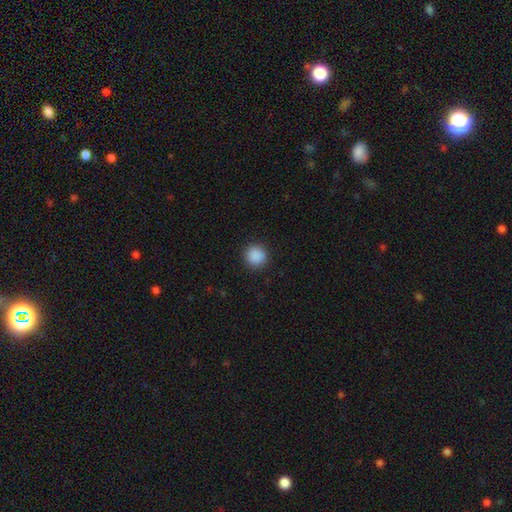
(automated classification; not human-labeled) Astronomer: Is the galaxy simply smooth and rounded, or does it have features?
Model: smooth — 89%.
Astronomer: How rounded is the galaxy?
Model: round — 93%.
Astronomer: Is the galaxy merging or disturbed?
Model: none — 91%.